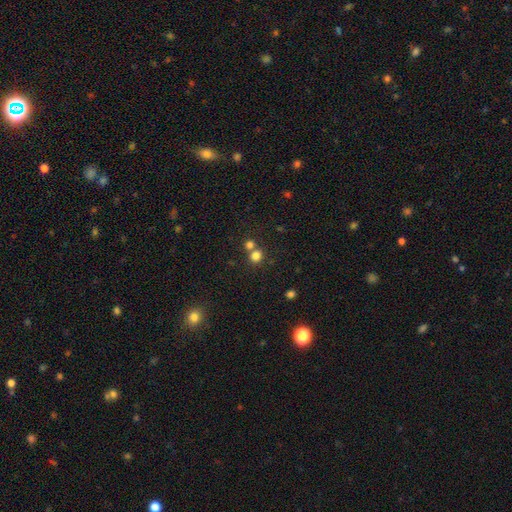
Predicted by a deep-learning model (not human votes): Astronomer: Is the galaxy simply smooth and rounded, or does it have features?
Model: smooth — 79%.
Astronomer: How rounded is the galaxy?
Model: round — 82%.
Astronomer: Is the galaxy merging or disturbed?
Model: none — 54% (runner-up: merger, 36%).